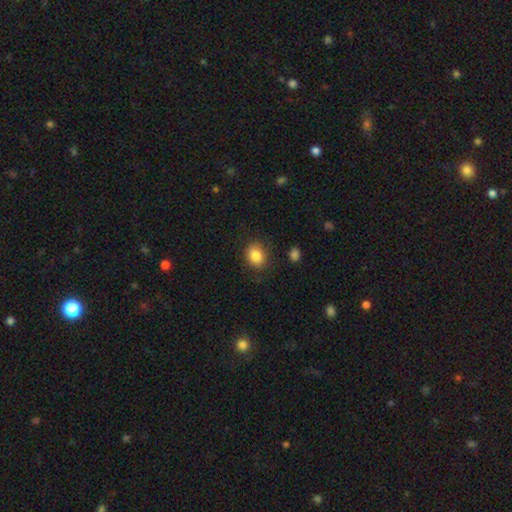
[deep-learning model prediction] Morphology: type=smooth (84%); roundness=round (56%); merging=none (79%).